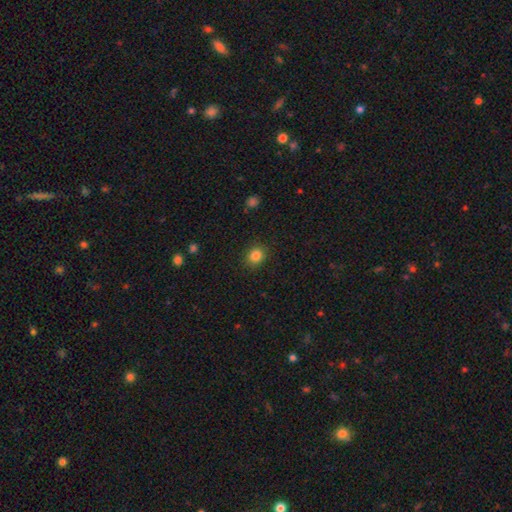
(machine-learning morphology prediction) Smooth or featured? smooth (84%)
How rounded? round (75%)
Merging? none (89%)